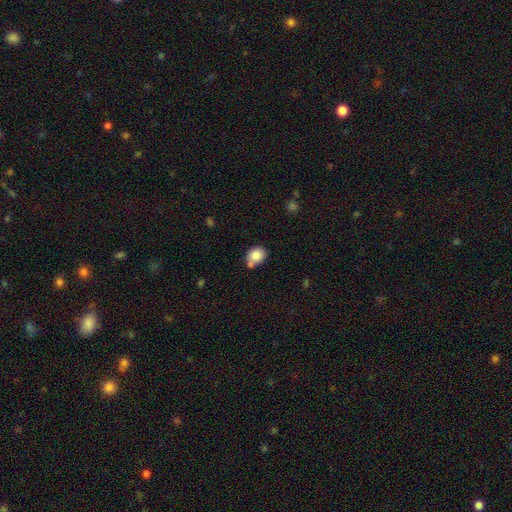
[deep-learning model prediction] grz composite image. It shows a smooth galaxy with no disk features (84%) that is round (57%). Merging: none (59%).